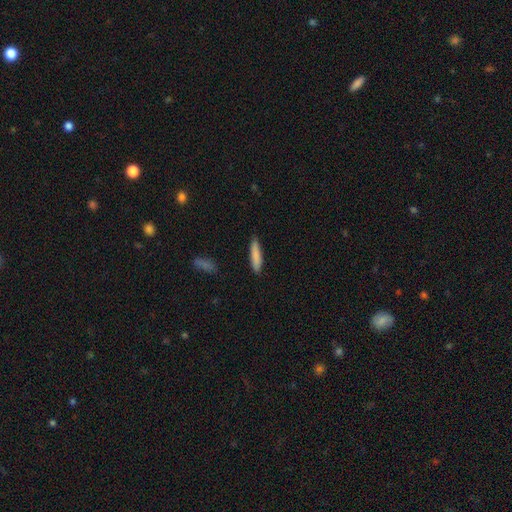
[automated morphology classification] type=smooth (85%); roundness=cigar-shaped (84%); merging=none (88%).